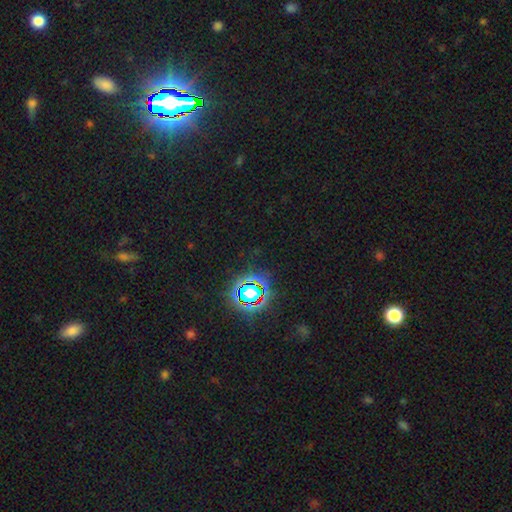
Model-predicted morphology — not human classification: Smooth or featured: star or artifact — 79% (smooth — 13%)